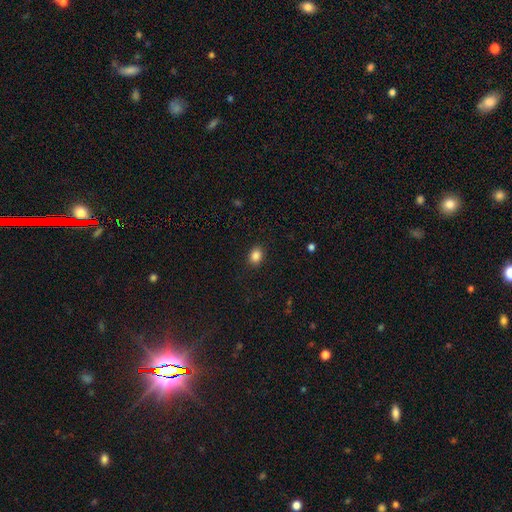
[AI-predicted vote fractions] Smooth or featured? Predicted: smooth (p=0.86). How rounded? Predicted: in between (p=0.58). Merging? Predicted: none (p=0.89).